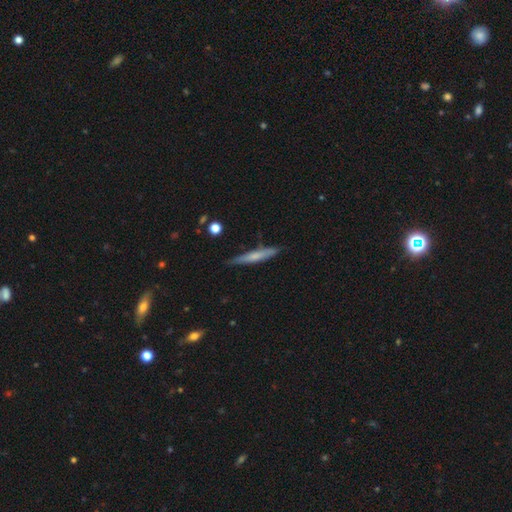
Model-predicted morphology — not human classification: Smooth or featured: smooth — 57% (featured or disk — 37%)
How rounded: cigar-shaped — 94% (in between — 5%)
Merging: none — 82% (minor disturbance — 14%)